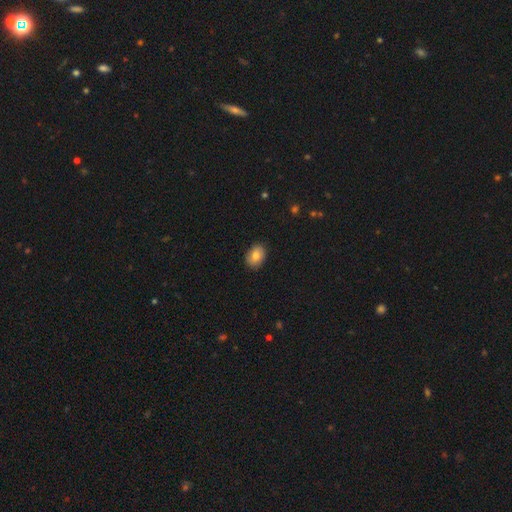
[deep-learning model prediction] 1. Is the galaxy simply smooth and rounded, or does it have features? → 81% smooth, 11% featured or disk, 8% star or artifact.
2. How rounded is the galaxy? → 75% in between, 24% round, 1% cigar-shaped.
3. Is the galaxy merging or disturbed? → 88% none, 9% minor disturbance, 2% major disturbance, 1% merger.